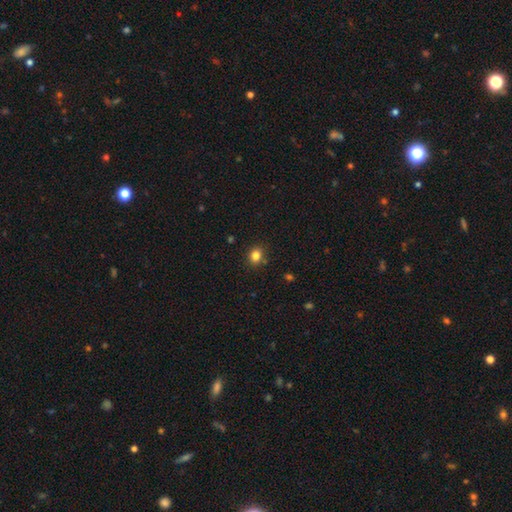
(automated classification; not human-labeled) A smooth galaxy with no disk features (82%) that is round (57%).

Vote fractions:
- Smooth or featured? smooth: 82% / star or artifact: 12% / featured or disk: 5%
- How rounded? round: 57% / in between: 42% / cigar-shaped: 1%
- Merging? none: 84% / minor disturbance: 10% / merger: 4% / major disturbance: 3%